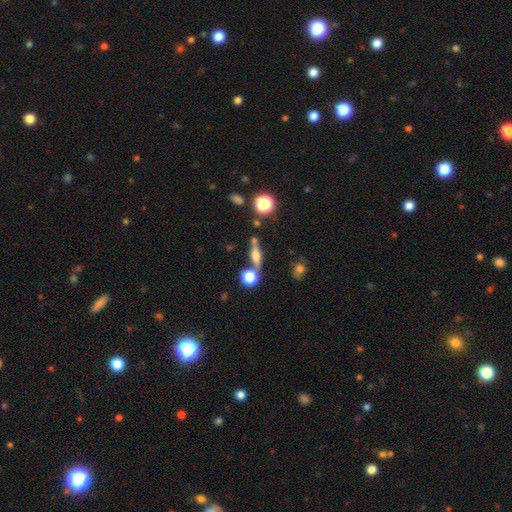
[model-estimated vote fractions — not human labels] The model was most divided on "smooth or featured": featured or disk: 45%, smooth: 43%, star or artifact: 12%. More confident: merging — none (68%).